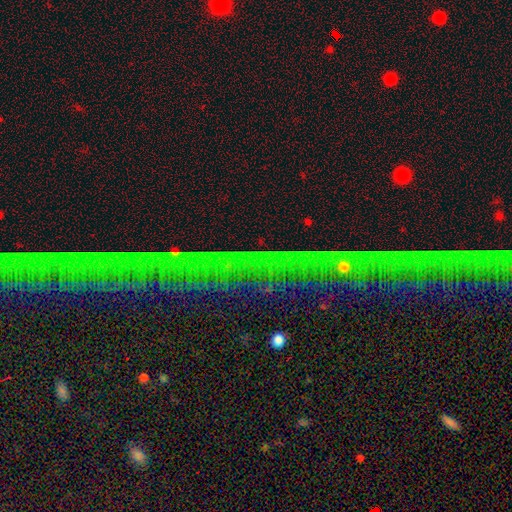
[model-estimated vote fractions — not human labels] star or artifact 81%, featured or disk 11%, smooth 8%.